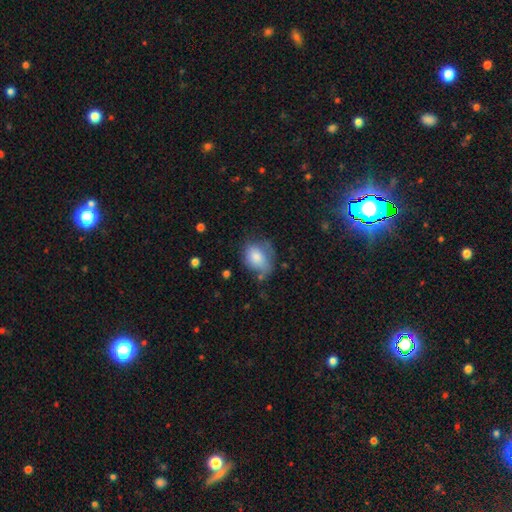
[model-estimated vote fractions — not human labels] The model was most divided on "merging": none: 47%, minor disturbance: 33%, major disturbance: 15%, merger: 5%. More confident: smooth or featured — smooth (77%); how rounded — in between (68%).